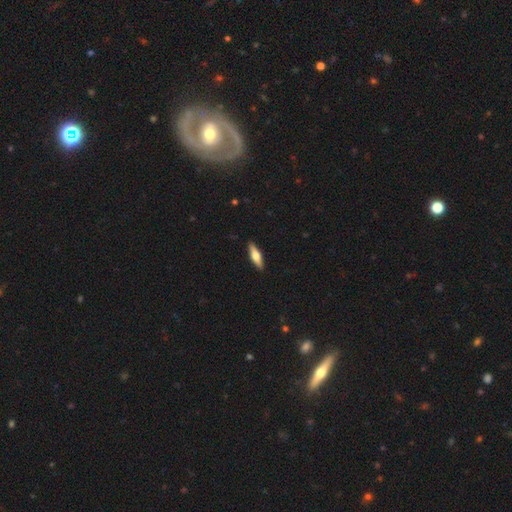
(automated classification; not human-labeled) Smooth or featured? smooth (55%)
How rounded? cigar-shaped (61%)
Merging? none (91%)